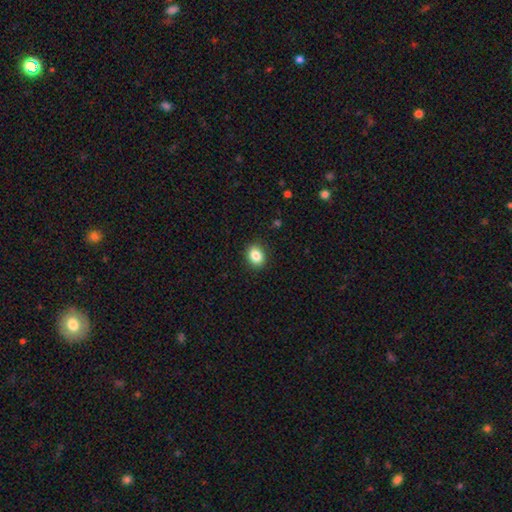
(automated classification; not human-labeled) Smooth or featured? smooth (85%)
How rounded? in between (55%)
Merging? none (89%)